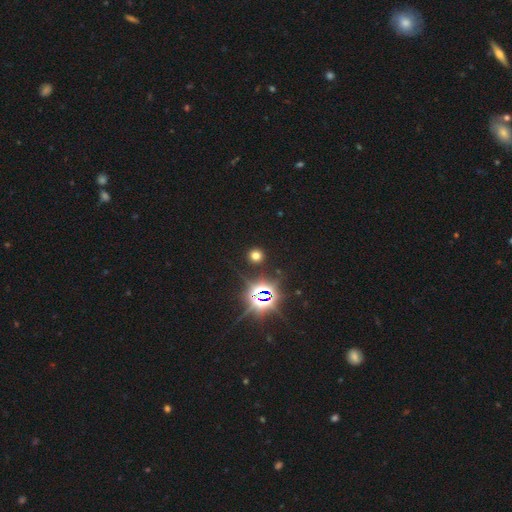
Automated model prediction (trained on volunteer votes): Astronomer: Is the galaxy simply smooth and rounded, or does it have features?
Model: smooth — 59%.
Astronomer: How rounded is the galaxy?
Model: round — 90%.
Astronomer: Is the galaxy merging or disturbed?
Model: none — 90%.